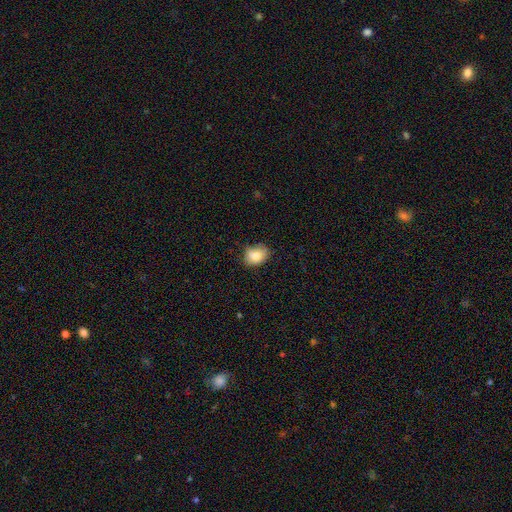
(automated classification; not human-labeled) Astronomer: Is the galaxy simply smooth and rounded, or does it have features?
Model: smooth — 81%.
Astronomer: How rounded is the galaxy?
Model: in between — 61% (runner-up: round, 38%).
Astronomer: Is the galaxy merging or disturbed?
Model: none — 62%.